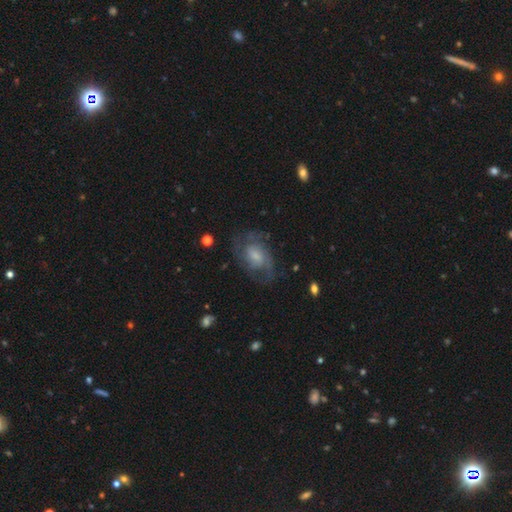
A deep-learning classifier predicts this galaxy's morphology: Q: Smooth or featured?
A: featured or disk (72%); runner-up: smooth (21%)
Q: Edge-on disk?
A: no (97%); runner-up: yes (3%)
Q: Bar?
A: no (49%); runner-up: weak (44%)
Q: Spiral arms?
A: yes (90%); runner-up: no (10%)
Q: Spiral winding?
A: medium (48%); runner-up: tight (33%)
Q: Spiral arm count?
A: 2 (48%); runner-up: can't tell (27%)
Q: Bulge size?
A: small (40%); runner-up: moderate (35%)
Q: Merging?
A: none (64%); runner-up: minor disturbance (20%)